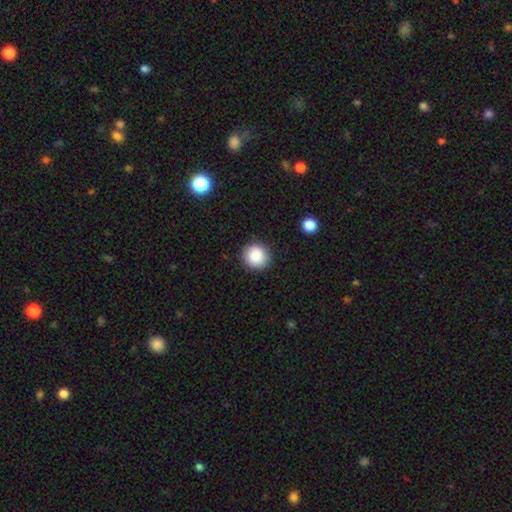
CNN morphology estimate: Smooth or featured: smooth — 87% (star or artifact — 8%)
How rounded: round — 92% (in between — 7%)
Merging: none — 88% (minor disturbance — 8%)